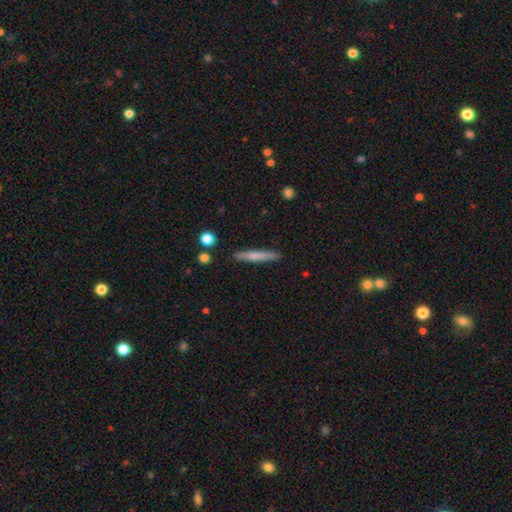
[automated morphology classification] This is likely a smooth galaxy (66%). How rounded: clearly cigar-shaped (94%). Merging: clearly none (89%).